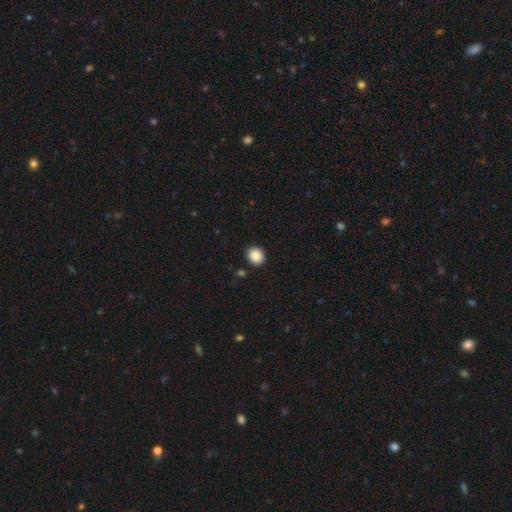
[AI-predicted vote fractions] smooth-or-featured: smooth: 87% | star or artifact: 8% | featured or disk: 5%
  how-rounded: round: 76% | in between: 23% | cigar-shaped: 1%
  merging: none: 91% | minor disturbance: 6% | major disturbance: 2% | merger: 2%